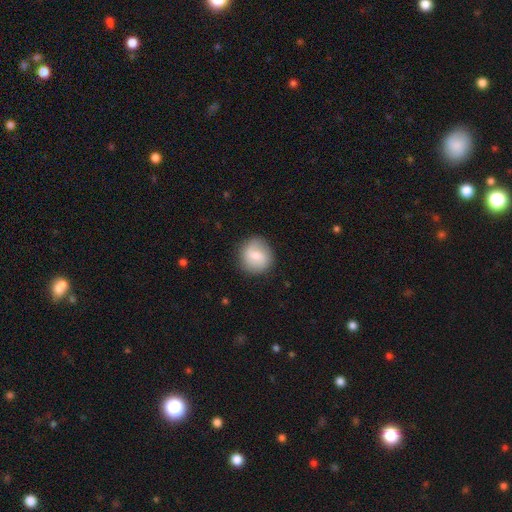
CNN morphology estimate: Smooth or featured: smooth — 66% (featured or disk — 27%)
How rounded: round — 91% (in between — 8%)
Merging: none — 86% (minor disturbance — 10%)